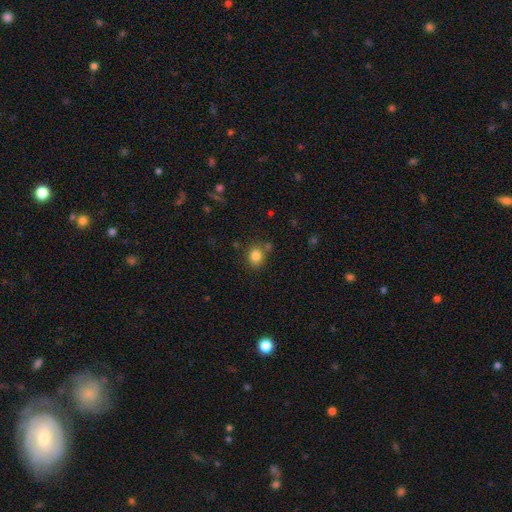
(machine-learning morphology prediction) Smooth or featured: smooth — 83% (star or artifact — 11%)
How rounded: round — 70% (in between — 29%)
Merging: none — 74% (minor disturbance — 13%)